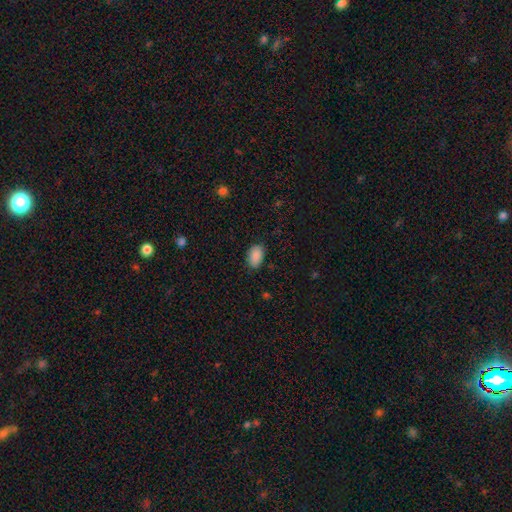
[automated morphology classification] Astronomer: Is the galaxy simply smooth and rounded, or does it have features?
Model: smooth — 89%.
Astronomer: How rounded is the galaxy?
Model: in between — 91%.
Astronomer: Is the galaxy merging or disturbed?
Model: none — 82%.